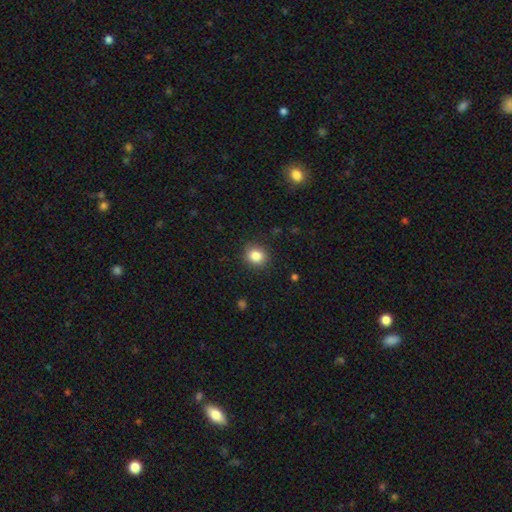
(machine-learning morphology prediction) Q: Smooth or featured?
A: smooth (84%); runner-up: star or artifact (10%)
Q: How rounded?
A: round (77%); runner-up: in between (23%)
Q: Merging?
A: none (88%); runner-up: minor disturbance (9%)